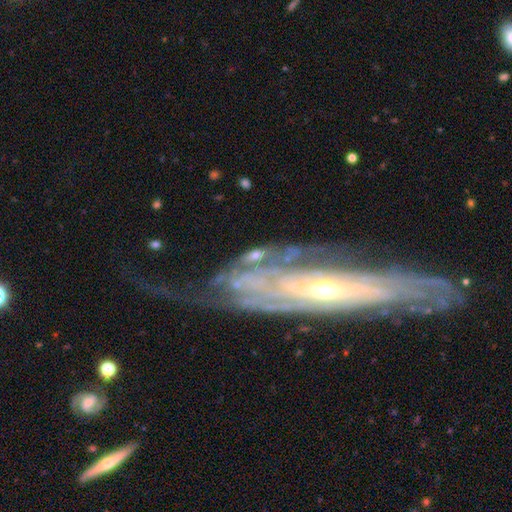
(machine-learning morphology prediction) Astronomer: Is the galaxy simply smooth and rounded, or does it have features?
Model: featured or disk — 68%.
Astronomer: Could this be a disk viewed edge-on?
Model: no — 82%.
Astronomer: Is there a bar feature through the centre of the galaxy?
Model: no — 61%.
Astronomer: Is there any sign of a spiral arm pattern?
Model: yes — 70%.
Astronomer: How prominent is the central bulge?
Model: small — 41% (runner-up: moderate, 38%).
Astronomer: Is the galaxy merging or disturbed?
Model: none — 50%.